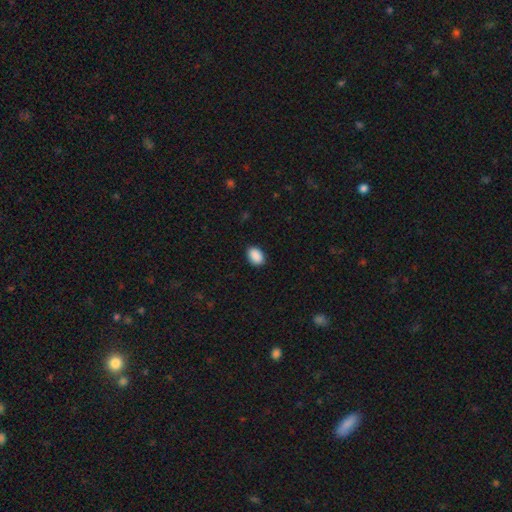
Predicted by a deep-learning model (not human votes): smooth 90%, star or artifact 7%, featured or disk 2%. Down the decision tree: how rounded — in between (83%); merging — none (88%).